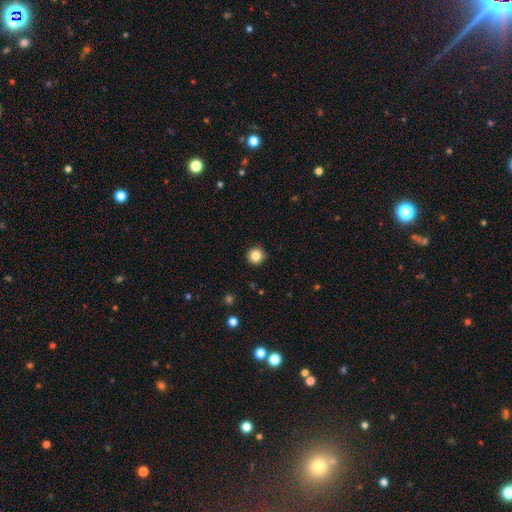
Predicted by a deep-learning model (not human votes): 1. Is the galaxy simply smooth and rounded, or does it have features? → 84% smooth, 10% star or artifact, 5% featured or disk.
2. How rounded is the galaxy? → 95% round, 4% in between, 1% cigar-shaped.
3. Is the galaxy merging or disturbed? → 90% none, 7% minor disturbance, 2% major disturbance, 1% merger.